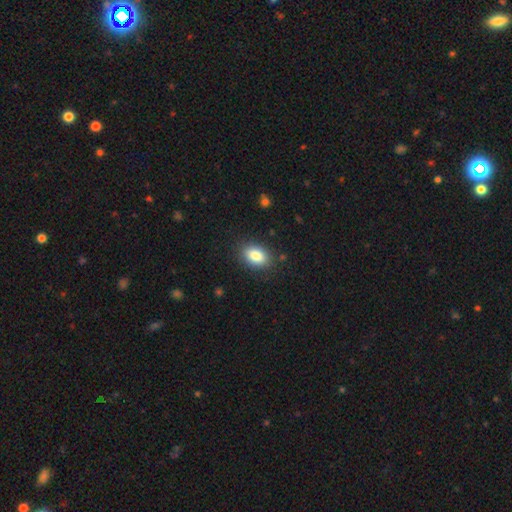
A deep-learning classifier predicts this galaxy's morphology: Q: Smooth or featured?
A: smooth (85%); runner-up: star or artifact (8%)
Q: How rounded?
A: in between (84%); runner-up: round (14%)
Q: Merging?
A: none (86%); runner-up: minor disturbance (10%)